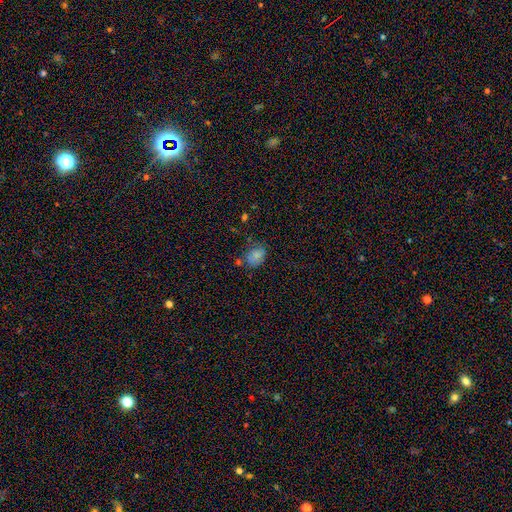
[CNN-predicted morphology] Smooth or featured: smooth — 75% (featured or disk — 13%)
How rounded: in between — 70% (round — 28%)
Merging: none — 55% (minor disturbance — 26%)